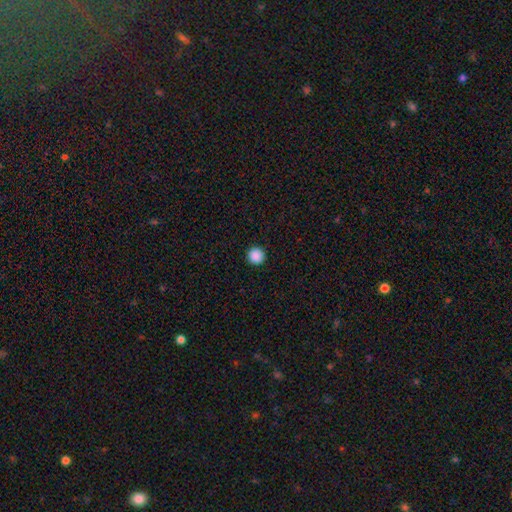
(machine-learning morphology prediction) Q: Smooth or featured?
A: smooth (89%); runner-up: star or artifact (9%)
Q: How rounded?
A: round (96%); runner-up: in between (3%)
Q: Merging?
A: none (94%); runner-up: minor disturbance (4%)